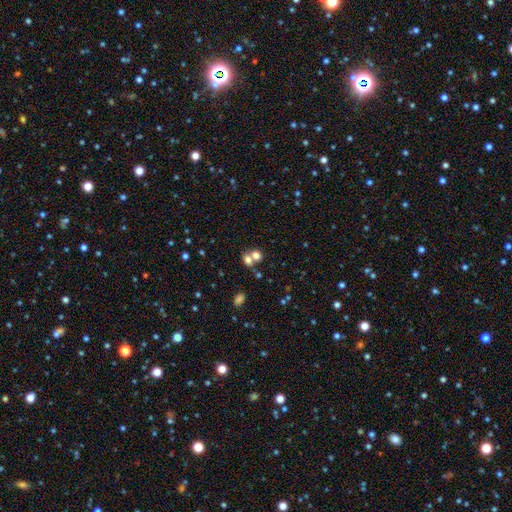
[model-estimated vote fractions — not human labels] A smooth galaxy with no disk features (73%) that is round (59%). Merging: merger (57%).